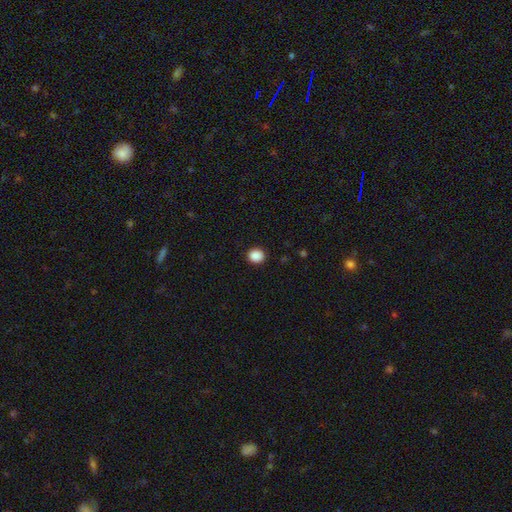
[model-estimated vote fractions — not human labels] The model was most divided on "how rounded": round: 79%, in between: 20%, cigar-shaped: 1%. More confident: merging — none (91%); smooth or featured — smooth (89%).